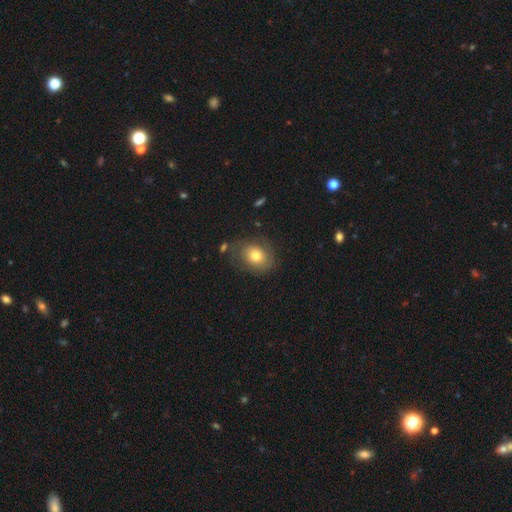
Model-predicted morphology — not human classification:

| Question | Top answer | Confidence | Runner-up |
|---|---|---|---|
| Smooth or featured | smooth | 72% | featured or disk (19%) |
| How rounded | in between | 51% | round (48%) |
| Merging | none | 72% | minor disturbance (18%) |